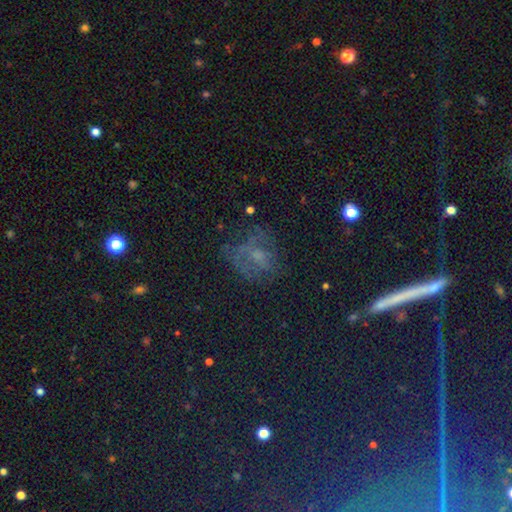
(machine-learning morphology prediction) This is marginally a star or artifact rather than a galaxy (38%).